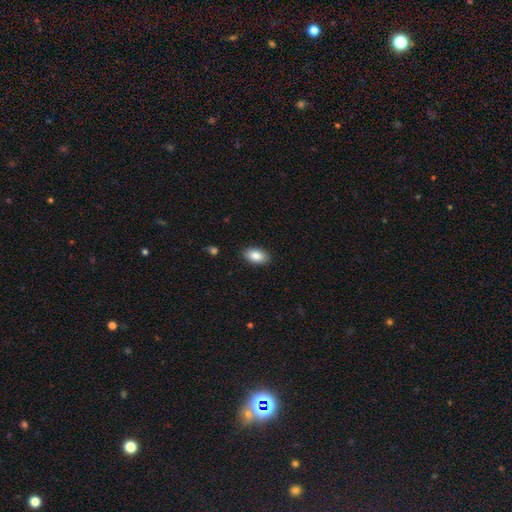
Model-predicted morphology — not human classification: Smooth or featured?
  - smooth: 86% *
  - star or artifact: 7%
  - featured or disk: 7%
How rounded?
  - in between: 93% *
  - round: 4%
  - cigar-shaped: 2%
Merging?
  - none: 89% *
  - minor disturbance: 8%
  - major disturbance: 2%
  - merger: 1%